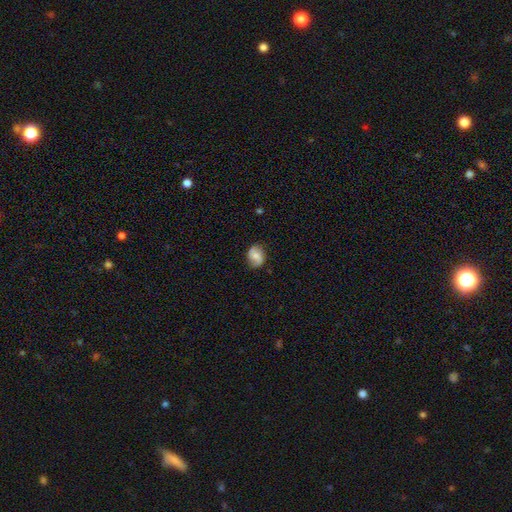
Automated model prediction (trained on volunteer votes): A smooth galaxy with no disk features (55%) that is in between round and cigar-shaped (54%). Merging: none (79%).